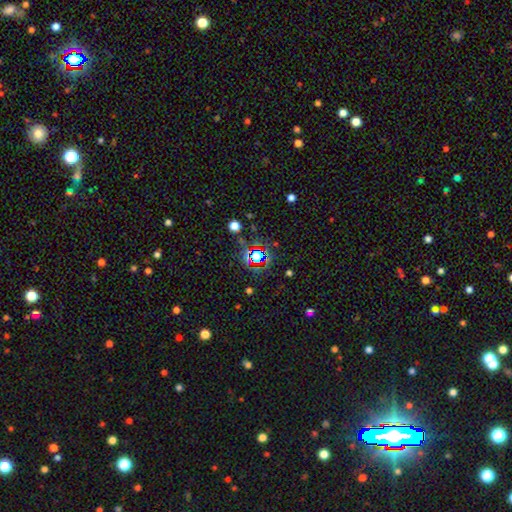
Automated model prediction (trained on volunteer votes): Smooth or featured?
  - star or artifact: 67% *
  - smooth: 22%
  - featured or disk: 11%